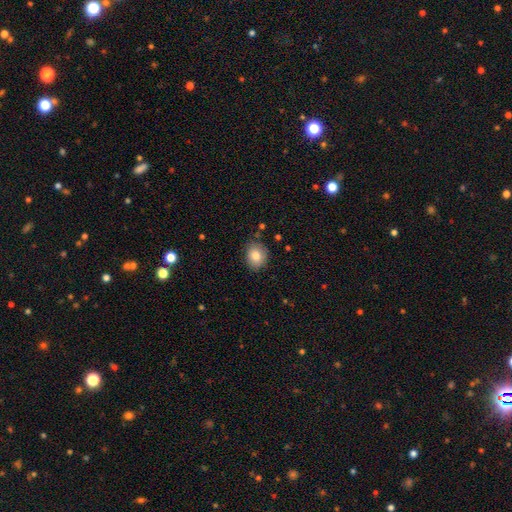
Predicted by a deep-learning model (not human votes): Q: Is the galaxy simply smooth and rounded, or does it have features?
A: smooth — 82%.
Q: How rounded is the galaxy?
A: round — 58%.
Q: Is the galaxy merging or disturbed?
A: none — 83%.